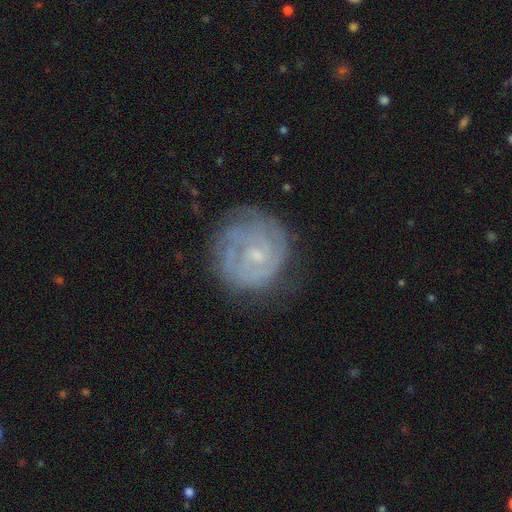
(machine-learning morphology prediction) smooth_or_featured: featured or disk (p=0.78) [alt: smooth p=0.15]
disk_edge_on: no (p=0.98) [alt: yes p=0.02]
bar: no (p=0.55) [alt: weak p=0.39]
has_spiral_arms: yes (p=0.91) [alt: no p=0.09]
spiral_winding: tight (p=0.72) [alt: medium p=0.23]
spiral_arm_count: can't tell (p=0.38) [alt: 2 p=0.27]
bulge_size: small (p=0.69) [alt: moderate p=0.20]
merging: none (p=0.73) [alt: minor disturbance p=0.18]